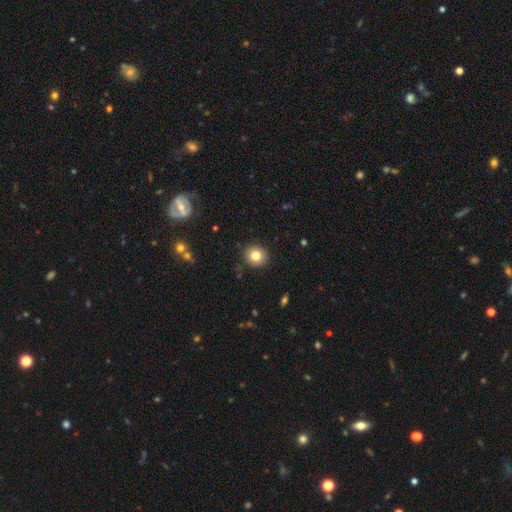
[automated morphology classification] smooth-or-featured: smooth: 82% | star or artifact: 10% | featured or disk: 8%
  how-rounded: round: 82% | in between: 17% | cigar-shaped: 1%
  merging: none: 90% | minor disturbance: 7% | major disturbance: 2% | merger: 1%